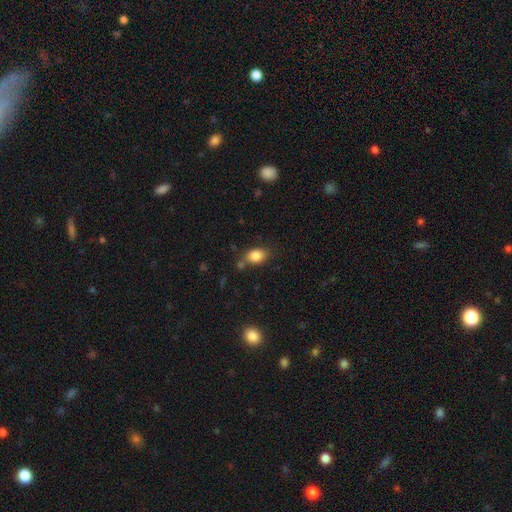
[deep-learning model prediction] This is clearly a smooth galaxy (84%). How rounded: likely in between (74%). Merging: likely none (68%).